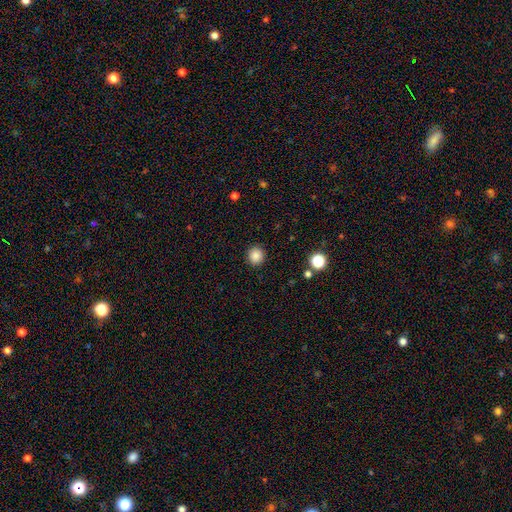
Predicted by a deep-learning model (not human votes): Smooth or featured: smooth — 86% (star or artifact — 10%)
How rounded: round — 92% (in between — 7%)
Merging: none — 91% (minor disturbance — 6%)